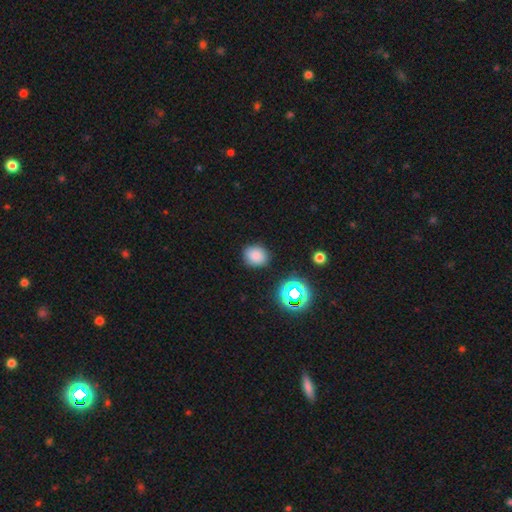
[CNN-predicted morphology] This appears to be a smooth galaxy with no disk features (80%) that is round (62%). Merging: none (85%).